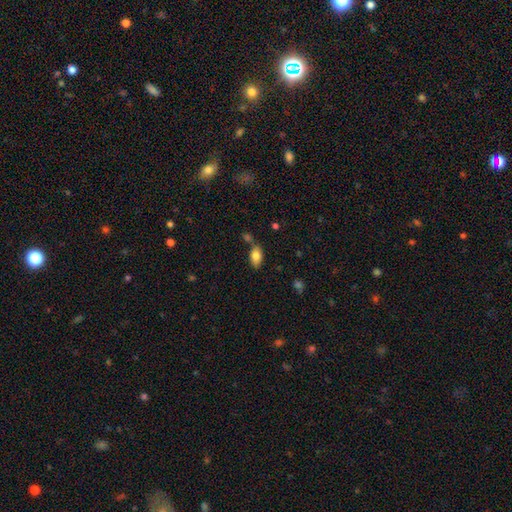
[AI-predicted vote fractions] smooth_or_featured: smooth (p=0.83) [alt: featured or disk p=0.10]
how_rounded: in between (p=0.92) [alt: round p=0.05]
merging: none (p=0.69) [alt: minor disturbance p=0.14]